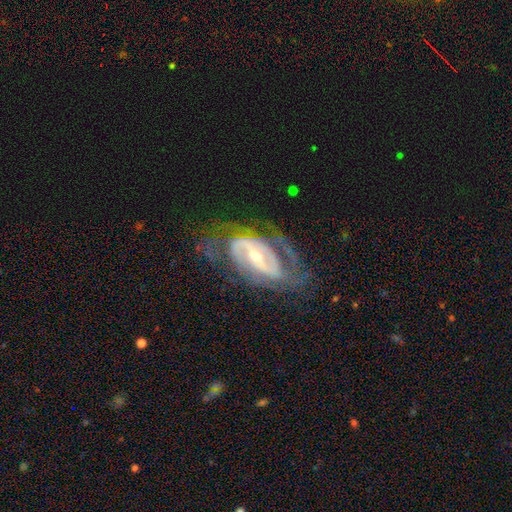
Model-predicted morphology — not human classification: A featured or disk galaxy (88%) with a strong bar (39%), 2 (63%) medium (42%) spiral arms (92%) and a small central bulge (50%).

Vote fractions:
- Smooth or featured? featured or disk: 88% / smooth: 7% / star or artifact: 5%
- Edge-on disk? no: 95% / yes: 5%
- Bar? strong: 39% / weak: 38% / no: 23%
- Spiral arms? yes: 92% / no: 8%
- Spiral winding? medium: 42% / tight: 41% / loose: 17%
- Spiral arm count? 2: 63% / can't tell: 18% / 3: 9% / 1: 4% / 4: 3% / more than 4: 2%
- Bulge size? small: 50% / moderate: 46% / large: 3% / none: 1% / dominant: 1%
- Merging? none: 60% / minor disturbance: 20% / major disturbance: 18% / merger: 2%